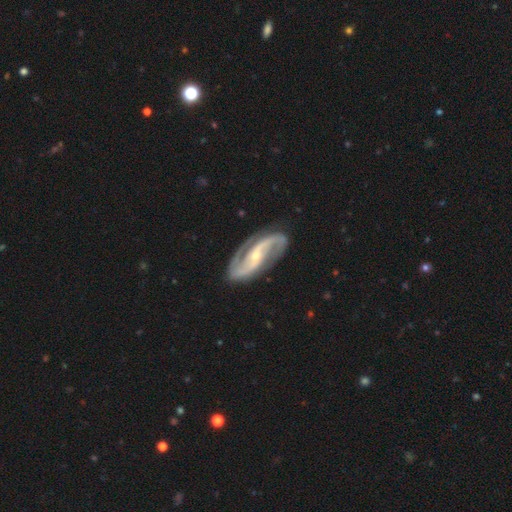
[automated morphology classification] type=featured or disk (92%); edge-on=no (96%); bar=strong (36%); spiral arms=yes (98%); winding=medium (50%); arm count=2 (93%); bulge=small (71%); merging=none (81%).